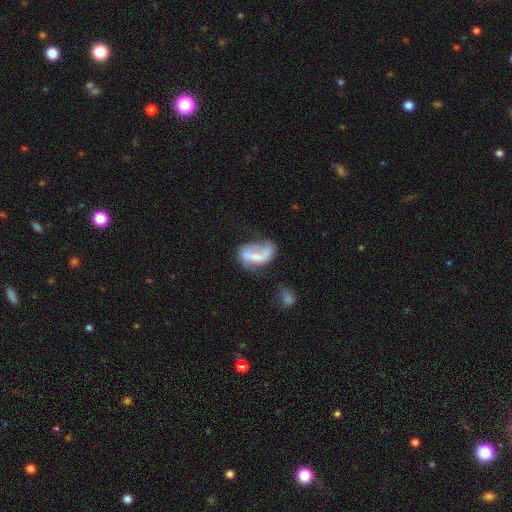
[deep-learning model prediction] Overall: featured or disk (55%; smooth 37%). Edge-on disk: no (95%). Bar: weak (34%; strong 33%). Spiral arms: yes (65%; no 35%). Bulge size: small (40%; moderate 27%). Merging: none (33%; major disturbance 32%).